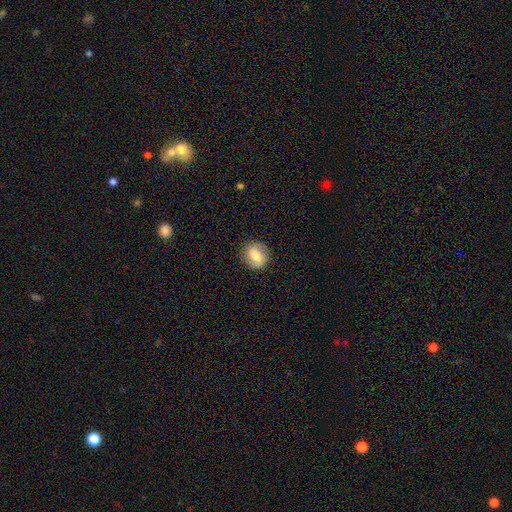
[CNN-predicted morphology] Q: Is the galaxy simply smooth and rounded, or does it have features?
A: smooth — 58%.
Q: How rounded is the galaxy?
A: round — 75%.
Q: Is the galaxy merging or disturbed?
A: none — 85%.